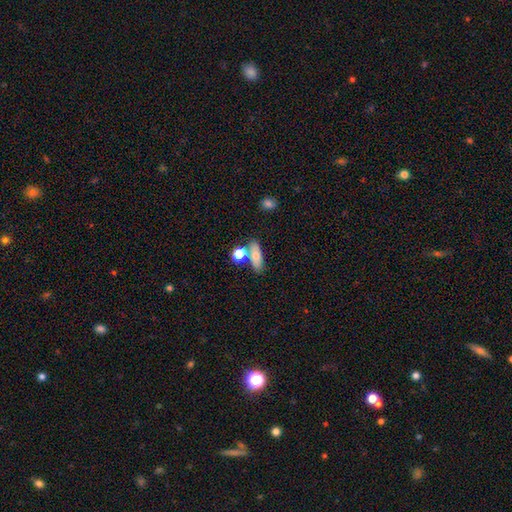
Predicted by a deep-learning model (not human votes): Smooth or featured? Predicted: smooth (p=0.71). How rounded? Predicted: in between (p=0.65). Merging? Predicted: none (p=0.63).